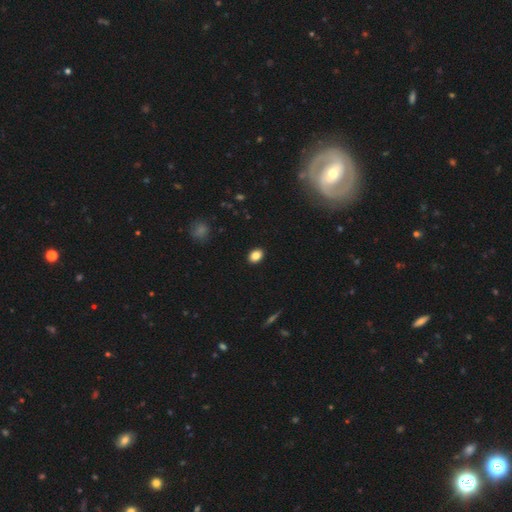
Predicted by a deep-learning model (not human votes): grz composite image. It shows a smooth galaxy with no disk features (86%) that is in between round and cigar-shaped (71%). Merging: none (90%).